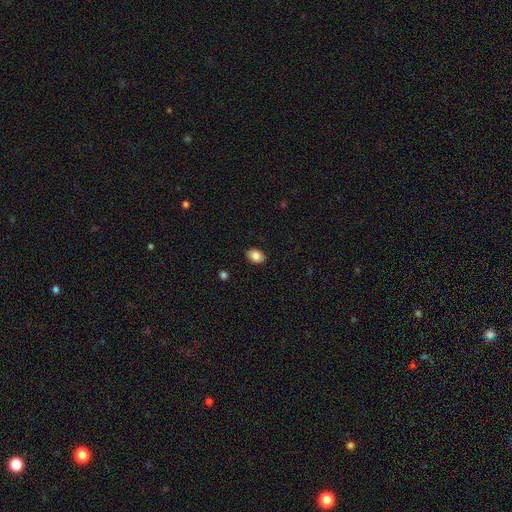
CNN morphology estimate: Smooth or featured? smooth (87%)
How rounded? in between (77%)
Merging? none (88%)